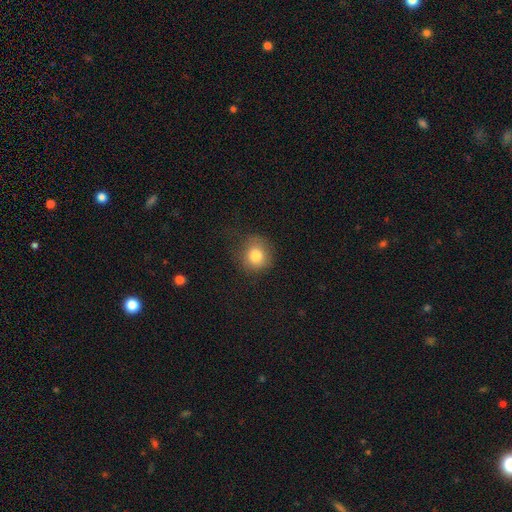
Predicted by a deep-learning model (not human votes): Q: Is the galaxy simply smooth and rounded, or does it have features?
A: smooth — 81%.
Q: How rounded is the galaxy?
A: round — 86%.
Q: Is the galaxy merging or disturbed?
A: none — 73%.